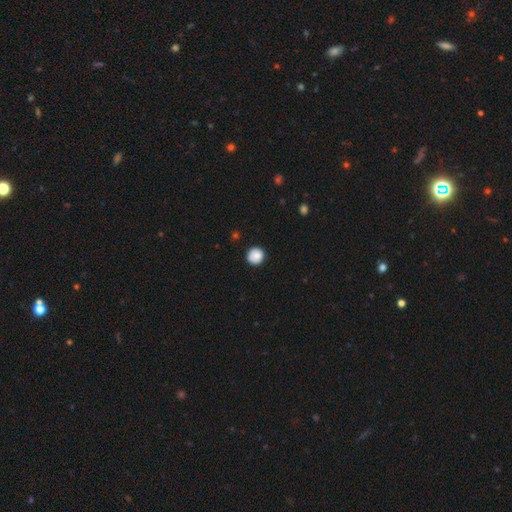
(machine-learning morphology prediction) Overall: smooth (83%). How rounded: round (93%). Merging: none (87%).